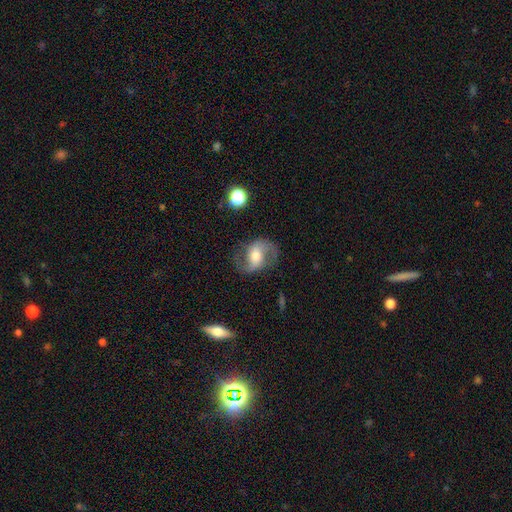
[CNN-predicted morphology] Smooth or featured?
  - featured or disk: 77% *
  - smooth: 16%
  - star or artifact: 7%
Edge-on disk?
  - no: 97% *
  - yes: 3%
Bar?
  - weak: 41% *
  - no: 35%
  - strong: 24%
Spiral arms?
  - yes: 91% *
  - no: 9%
Spiral winding?
  - loose: 45% *
  - medium: 44%
  - tight: 11%
Spiral arm count?
  - 2: 91% *
  - can't tell: 4%
  - 1: 3%
  - 3: 1%
  - 4: 1%
  - more than 4: 1%
Bulge size?
  - moderate: 65% *
  - small: 21%
  - large: 10%
  - none: 2%
  - dominant: 2%
Merging?
  - none: 74% *
  - minor disturbance: 15%
  - major disturbance: 9%
  - merger: 2%